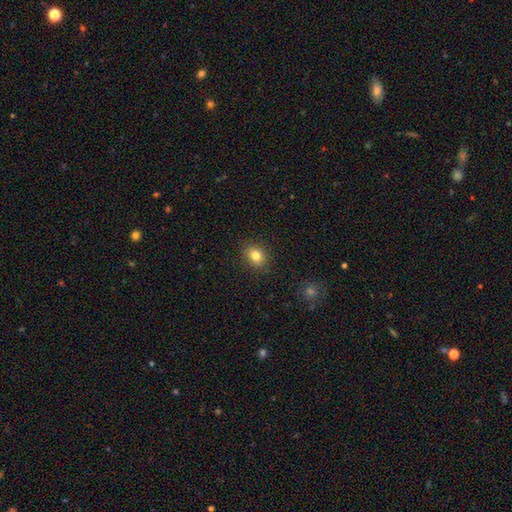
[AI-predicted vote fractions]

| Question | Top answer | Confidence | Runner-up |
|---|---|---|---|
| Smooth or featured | smooth | 81% | star or artifact (11%) |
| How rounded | round | 52% | in between (47%) |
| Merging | none | 88% | minor disturbance (8%) |